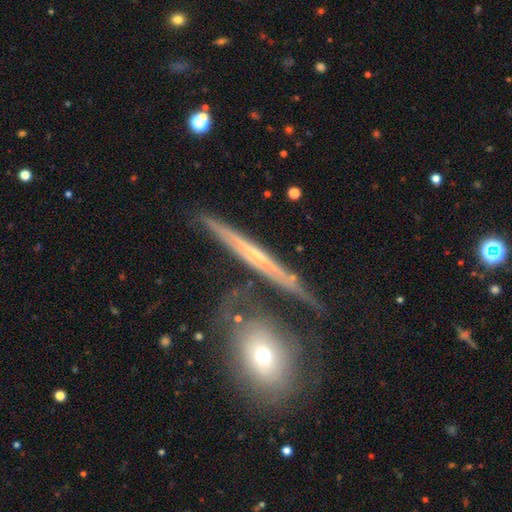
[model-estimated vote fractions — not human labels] This appears to be a featured or disk galaxy (69%) viewed edge-on (89%) with no central bulge (73%). Merging: none (76%).